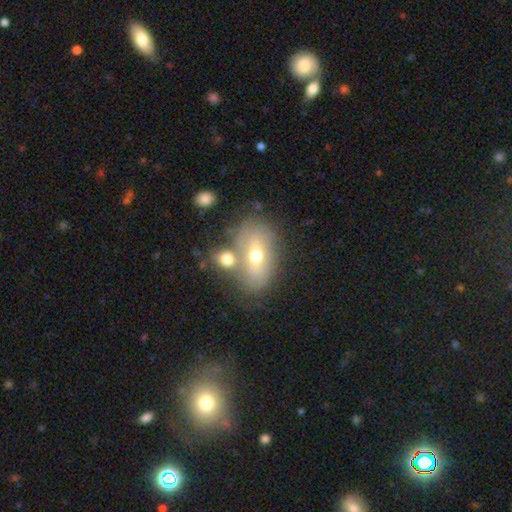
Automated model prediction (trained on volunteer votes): Smooth or featured? Predicted: smooth (p=0.46). Merging? Predicted: none (p=0.50).